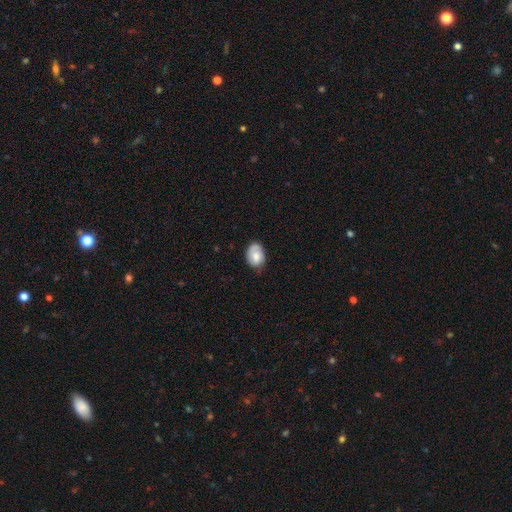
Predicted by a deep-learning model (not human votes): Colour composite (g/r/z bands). It shows a smooth galaxy with no disk features (65%) that is in between round and cigar-shaped (73%). Merging: none (65%).